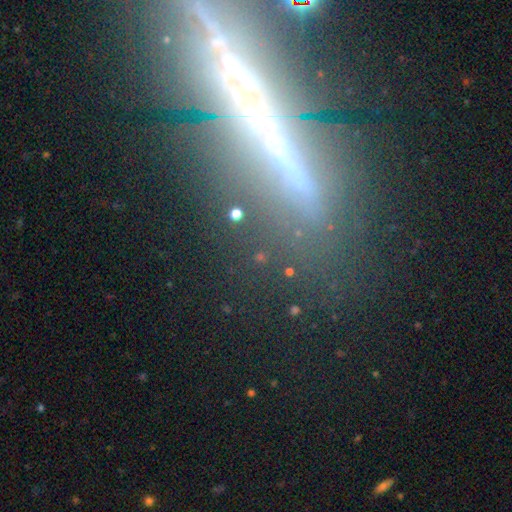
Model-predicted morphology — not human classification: A featured or disk galaxy (51%) viewed edge-on (75%).

Vote fractions:
- Smooth or featured? featured or disk: 51% / star or artifact: 28% / smooth: 21%
- Edge-on disk? yes: 75% / no: 25%
- Merging? none: 69% / minor disturbance: 15% / major disturbance: 11% / merger: 6%